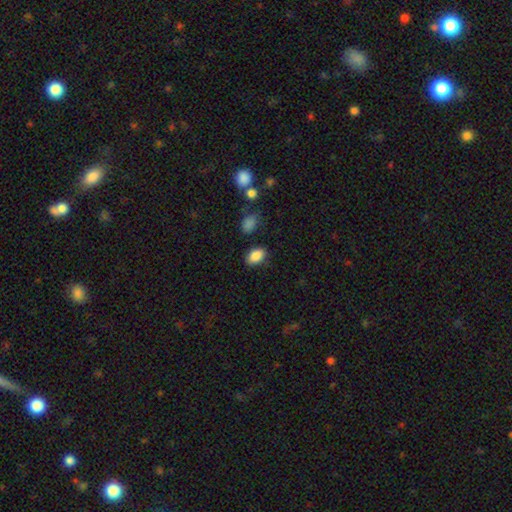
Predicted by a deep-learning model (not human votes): Overall: smooth (87%). How rounded: in between (83%). Merging: none (83%).